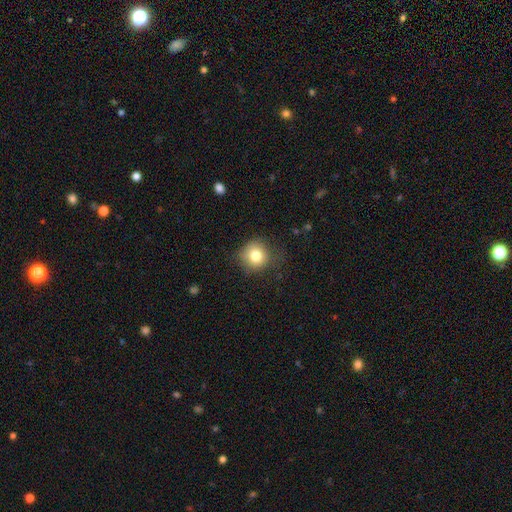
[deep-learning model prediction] This is likely a smooth galaxy (78%). How rounded: clearly round (89%). Merging: likely none (74%).